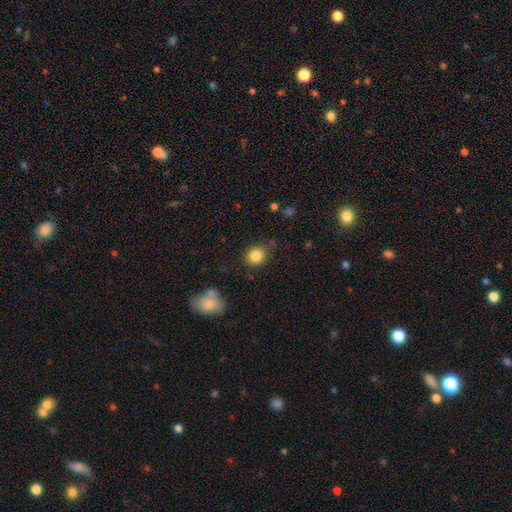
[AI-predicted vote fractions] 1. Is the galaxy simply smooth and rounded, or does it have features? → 85% smooth, 10% star or artifact, 5% featured or disk.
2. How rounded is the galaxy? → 77% round, 22% in between, 1% cigar-shaped.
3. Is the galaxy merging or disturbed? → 77% none, 16% minor disturbance, 4% major disturbance, 3% merger.